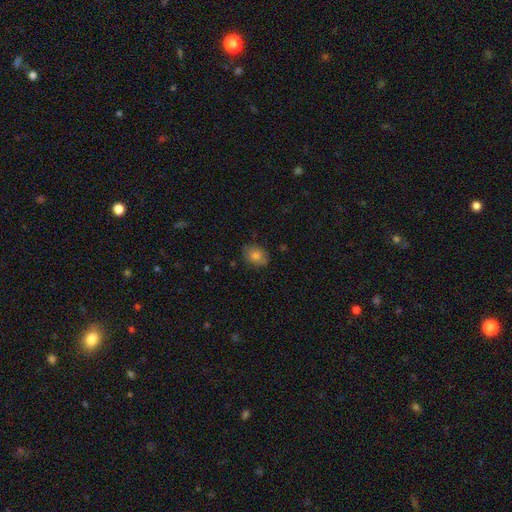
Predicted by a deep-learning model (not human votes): The model was most divided on "how rounded": in between: 64%, round: 35%, cigar-shaped: 1%. More confident: merging — none (80%); smooth or featured — smooth (80%).